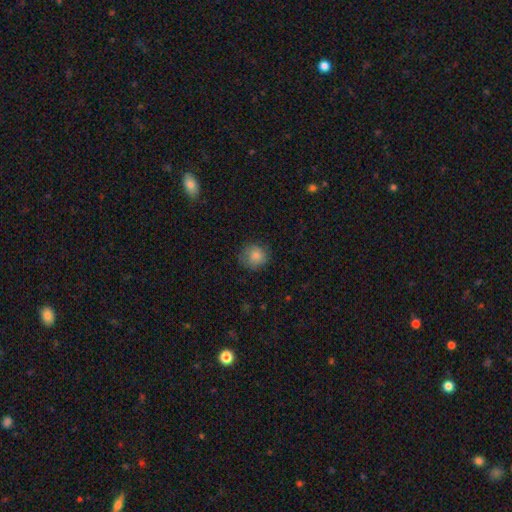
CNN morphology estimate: This is clearly a smooth galaxy (82%). How rounded: clearly round (87%). Merging: likely none (74%).